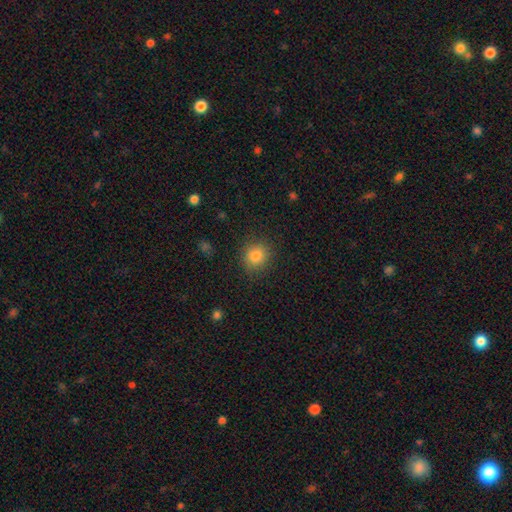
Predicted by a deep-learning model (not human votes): Overall: smooth (84%). How rounded: round (81%). Merging: none (87%).